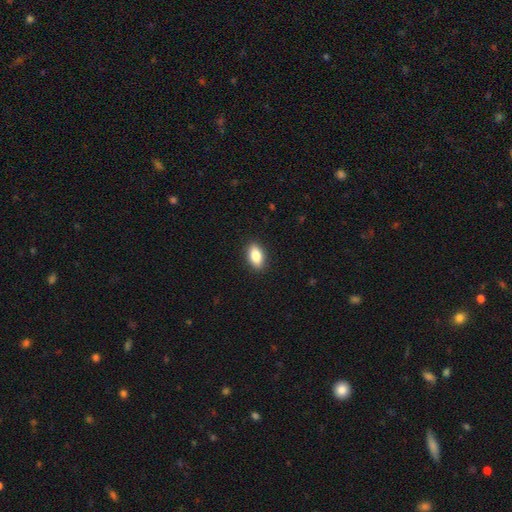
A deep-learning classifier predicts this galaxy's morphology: Q: Smooth or featured?
A: smooth (83%); runner-up: featured or disk (10%)
Q: How rounded?
A: in between (88%); runner-up: round (6%)
Q: Merging?
A: none (90%); runner-up: minor disturbance (8%)